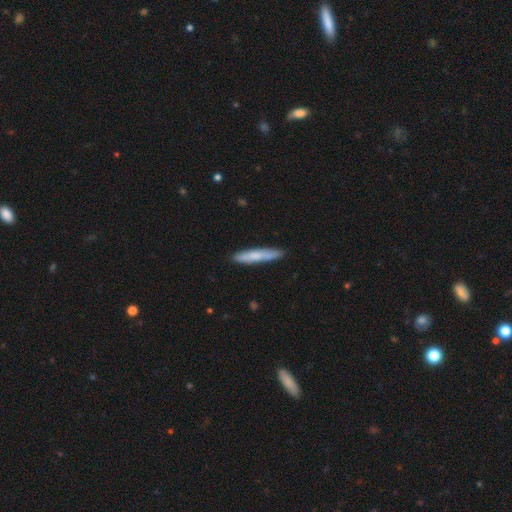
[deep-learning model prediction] Smooth or featured? smooth (71%)
How rounded? cigar-shaped (91%)
Merging? none (87%)